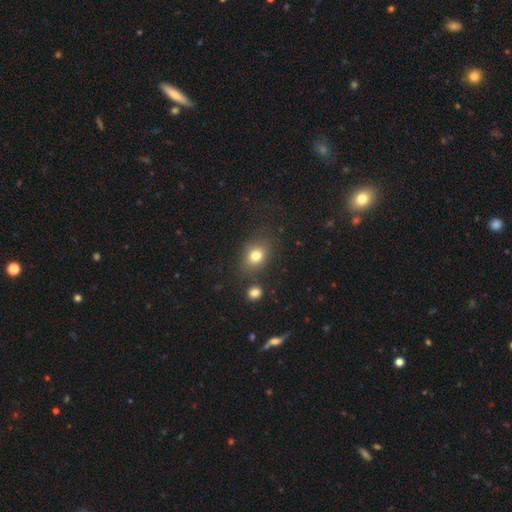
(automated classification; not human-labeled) The model was most divided on "how rounded": in between: 53%, round: 45%, cigar-shaped: 1%. More confident: smooth or featured — smooth (78%); merging — none (74%).